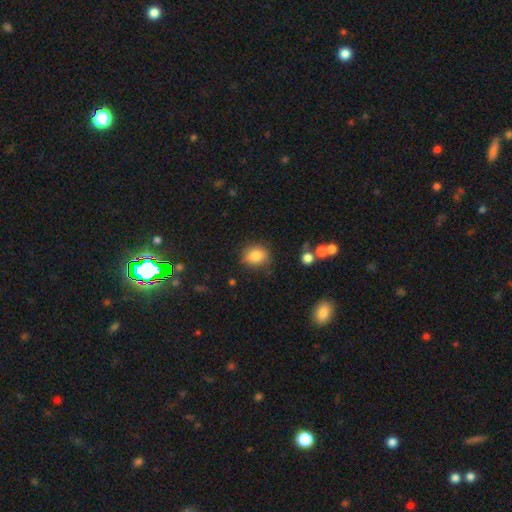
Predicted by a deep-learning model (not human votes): Q: Smooth or featured?
A: smooth (84%); runner-up: star or artifact (9%)
Q: How rounded?
A: round (60%); runner-up: in between (39%)
Q: Merging?
A: none (81%); runner-up: minor disturbance (14%)